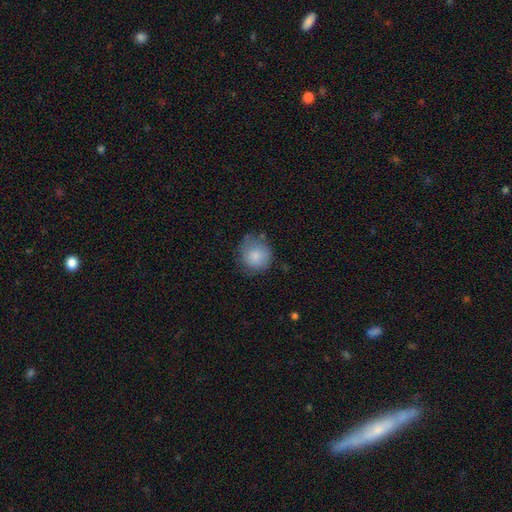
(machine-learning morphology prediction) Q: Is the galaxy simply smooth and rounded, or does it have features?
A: smooth — 81%.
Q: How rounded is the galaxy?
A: round — 86%.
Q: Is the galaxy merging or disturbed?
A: none — 62%.